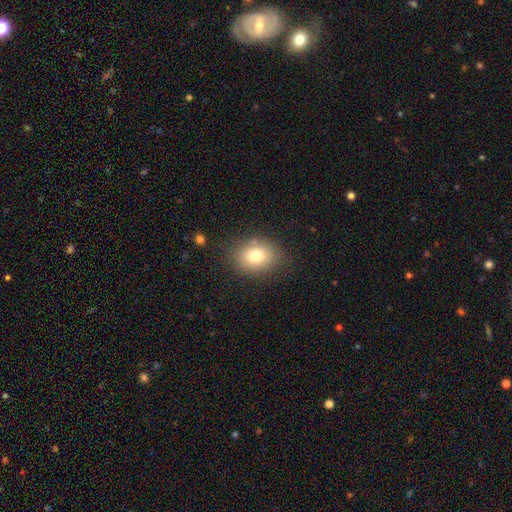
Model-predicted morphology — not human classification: Smooth or featured? smooth (77%)
How rounded? in between (57%)
Merging? none (81%)